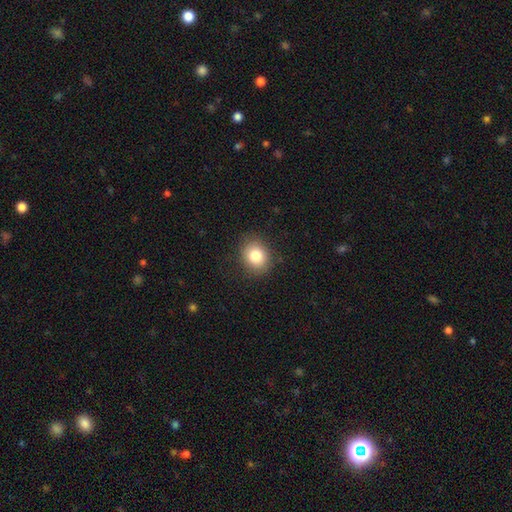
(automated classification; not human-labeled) This appears to be a smooth galaxy with no disk features (82%) that is round (61%). Merging: none (87%).